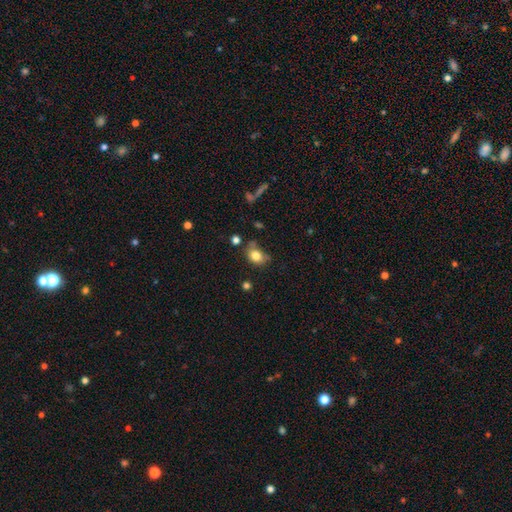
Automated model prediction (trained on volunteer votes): Overall: smooth (79%). How rounded: in between (57%; round 42%). Merging: none (49%; minor disturbance 30%).